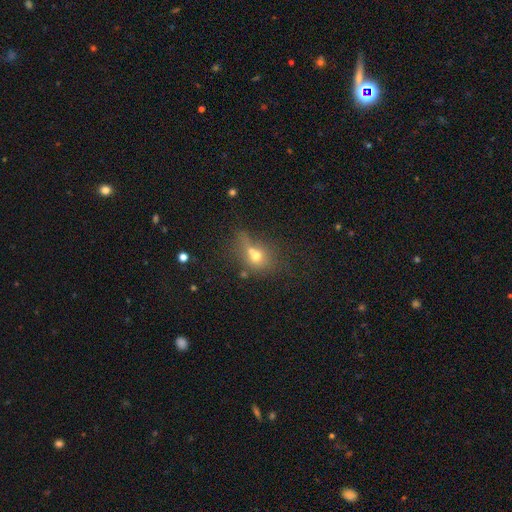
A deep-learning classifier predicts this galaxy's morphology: A smooth galaxy with no disk features (62%) that is round (61%). Merging: merger (45%).